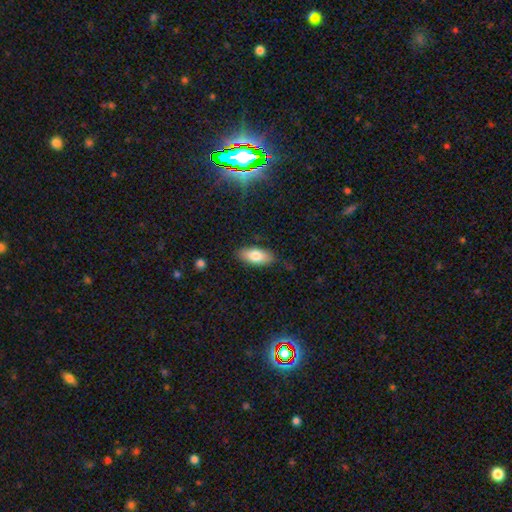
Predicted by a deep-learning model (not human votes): smooth_or_featured: smooth (p=0.78) [alt: featured or disk p=0.15]
how_rounded: in between (p=0.86) [alt: cigar-shaped p=0.12]
merging: none (p=0.83) [alt: minor disturbance p=0.13]